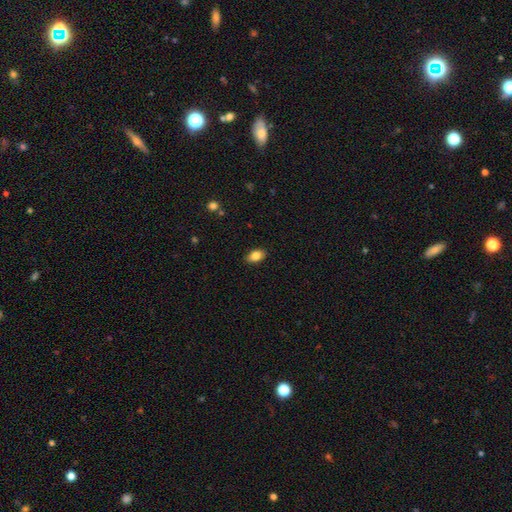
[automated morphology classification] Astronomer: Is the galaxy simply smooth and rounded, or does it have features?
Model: smooth — 85%.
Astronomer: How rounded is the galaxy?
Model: in between — 89%.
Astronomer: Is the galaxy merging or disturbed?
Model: none — 88%.